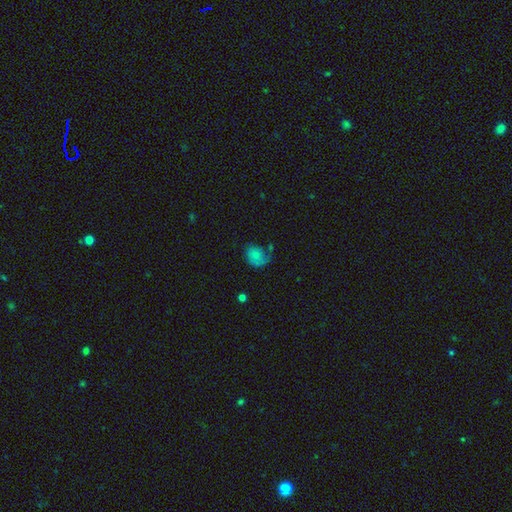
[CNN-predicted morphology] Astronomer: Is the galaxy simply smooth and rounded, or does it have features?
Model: smooth — 63%.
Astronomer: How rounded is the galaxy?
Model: in between — 50% (runner-up: round, 48%).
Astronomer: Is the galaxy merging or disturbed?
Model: none — 42% (runner-up: minor disturbance, 28%).